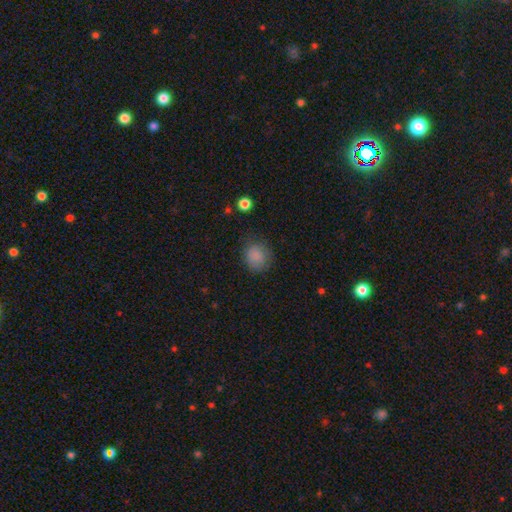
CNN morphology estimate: smooth_or_featured: smooth (p=0.84) [alt: star or artifact p=0.10]
how_rounded: round (p=0.76) [alt: in between p=0.23]
merging: none (p=0.74) [alt: minor disturbance p=0.18]